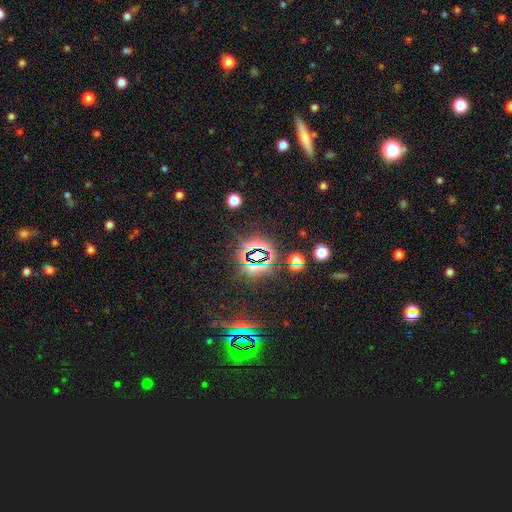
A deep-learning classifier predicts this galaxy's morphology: type=star or artifact (79%).